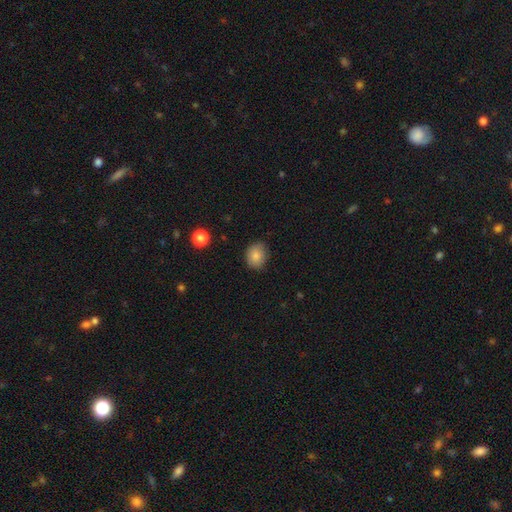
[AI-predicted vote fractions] Smooth or featured: smooth — 85% (star or artifact — 9%)
How rounded: round — 52% (in between — 47%)
Merging: none — 81% (minor disturbance — 15%)